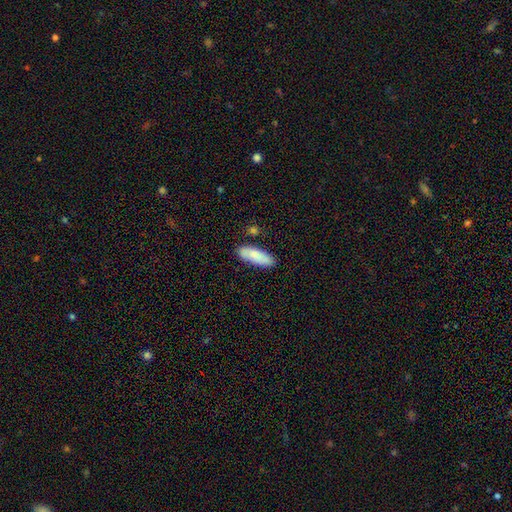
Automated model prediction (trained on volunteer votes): A smooth galaxy with no disk features (85%) that is in between round and cigar-shaped (63%).

Vote fractions:
- Smooth or featured? smooth: 85% / featured or disk: 9% / star or artifact: 6%
- How rounded? in between: 63% / cigar-shaped: 35% / round: 2%
- Merging? none: 81% / minor disturbance: 13% / merger: 4% / major disturbance: 2%